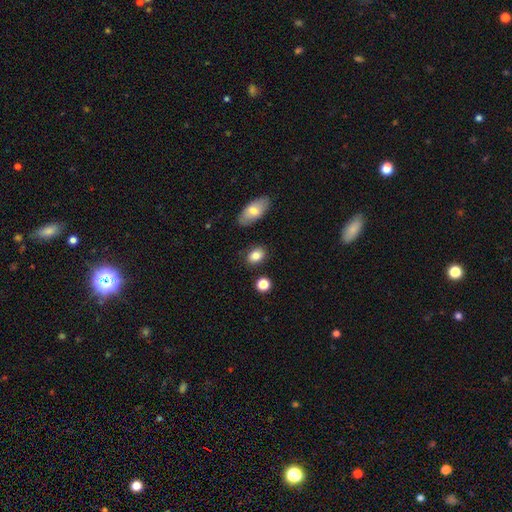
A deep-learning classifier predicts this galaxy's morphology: Smooth or featured?
  - smooth: 83% *
  - star or artifact: 9%
  - featured or disk: 8%
How rounded?
  - in between: 73% *
  - round: 25%
  - cigar-shaped: 2%
Merging?
  - none: 82% *
  - minor disturbance: 11%
  - merger: 4%
  - major disturbance: 3%